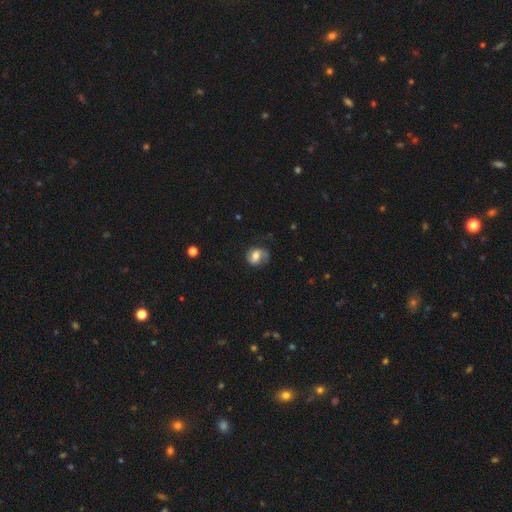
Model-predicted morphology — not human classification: featured or disk 55%, smooth 36%, star or artifact 8%. Down the decision tree: edge-on disk — no (97%); bar — weak (44%); spiral arms — yes (86%); bulge size — moderate (54%); merging — none (59%).